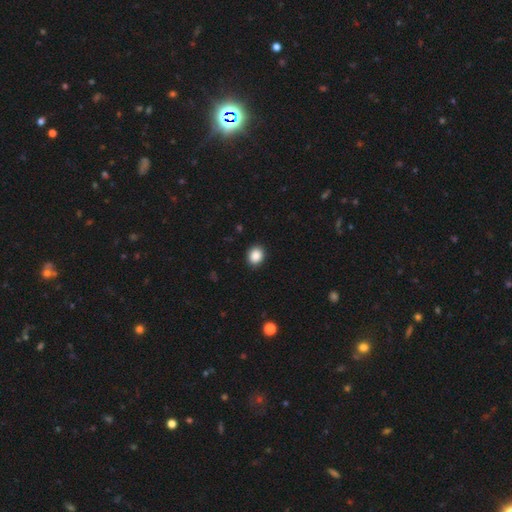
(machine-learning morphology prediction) type=smooth (88%); roundness=round (66%); merging=none (91%).